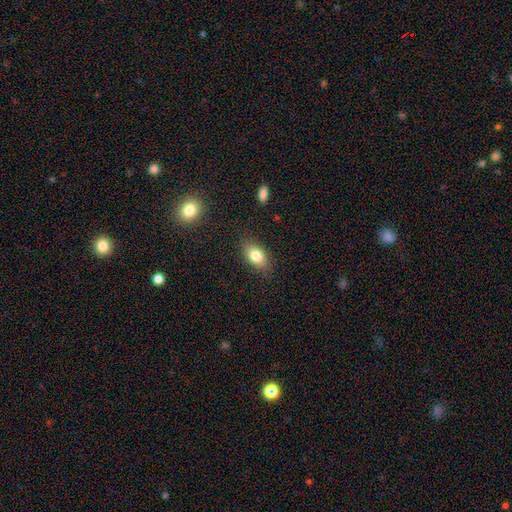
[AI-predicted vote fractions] Smooth or featured?
  - smooth: 81% *
  - featured or disk: 11%
  - star or artifact: 8%
How rounded?
  - in between: 88% *
  - round: 8%
  - cigar-shaped: 3%
Merging?
  - none: 83% *
  - minor disturbance: 12%
  - major disturbance: 3%
  - merger: 1%